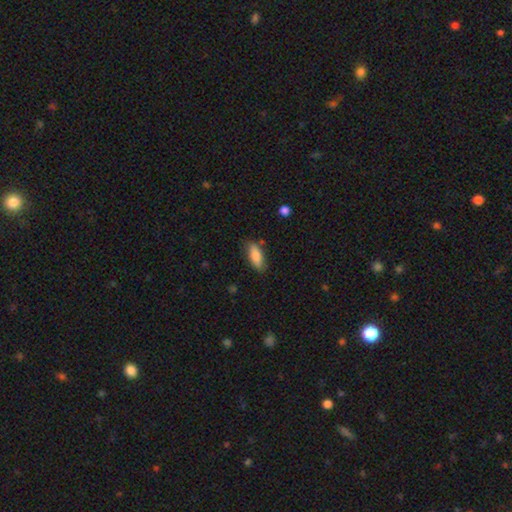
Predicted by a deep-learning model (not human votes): Smooth or featured? smooth (81%)
How rounded? in between (74%)
Merging? none (78%)